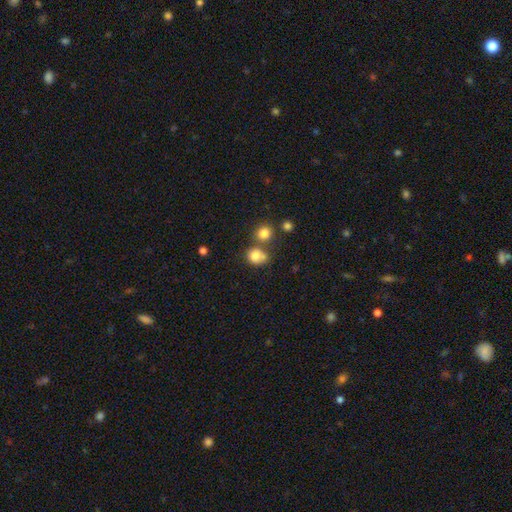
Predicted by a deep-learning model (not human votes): smooth 79%, star or artifact 12%, featured or disk 9%. Down the decision tree: how rounded — round (75%); merging — none (49%).